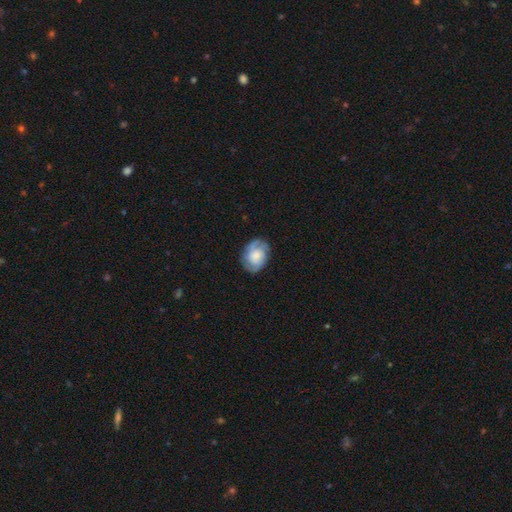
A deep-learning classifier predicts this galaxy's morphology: Overall: featured or disk (64%; smooth 29%). Edge-on disk: no (97%). Bar: no (74%). Spiral arms: yes (90%). Spiral arm count: 2 (55%; can't tell 19%). Spiral winding: tight (48%; medium 39%). Bulge size: moderate (29%; large 26%). Merging: none (76%).